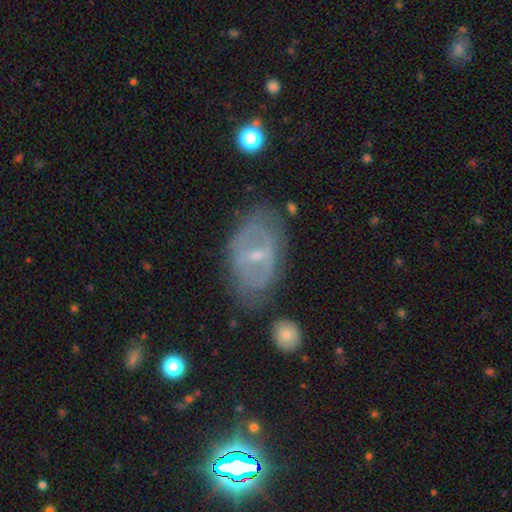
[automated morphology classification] featured or disk 70%, smooth 22%, star or artifact 8%. Down the decision tree: edge-on disk — no (90%); bar — weak (43%); spiral arms — no (51%); bulge size — small (64%); merging — none (66%).